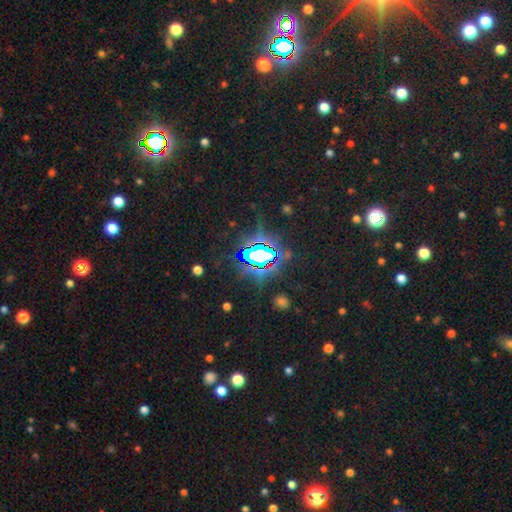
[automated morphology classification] This is likely a star or artifact rather than a galaxy (77%).